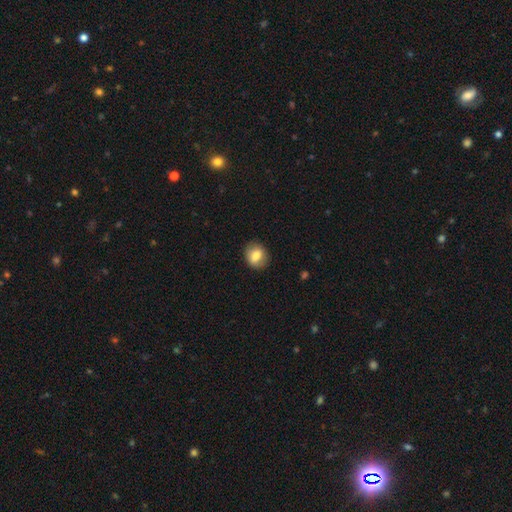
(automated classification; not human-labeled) This appears to be a smooth galaxy with no disk features (79%) that is round (55%). Merging: none (84%).